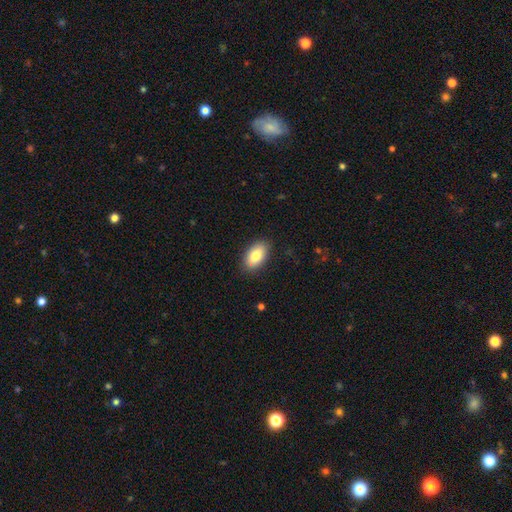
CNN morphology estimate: Q: Smooth or featured?
A: smooth (82%); runner-up: featured or disk (11%)
Q: How rounded?
A: in between (93%); runner-up: round (5%)
Q: Merging?
A: none (86%); runner-up: minor disturbance (10%)